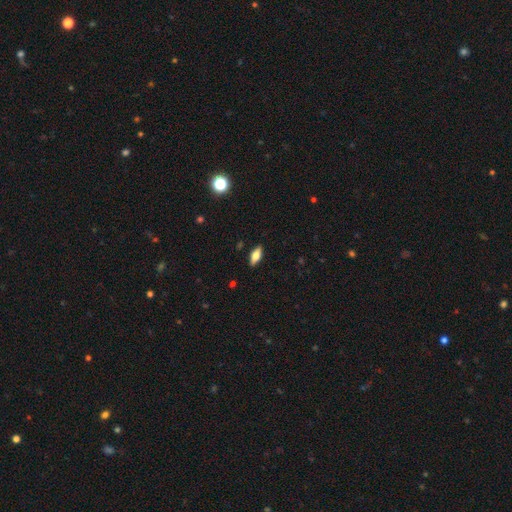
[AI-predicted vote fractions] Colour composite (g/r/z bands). It shows a smooth galaxy with no disk features (63%) that is in between round and cigar-shaped (76%). Merging: none (89%).